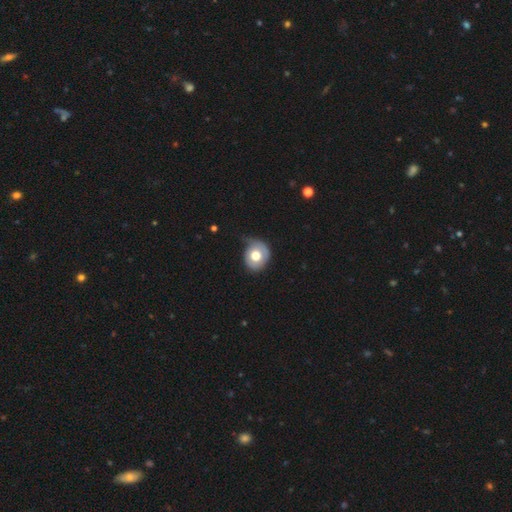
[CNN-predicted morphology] smooth 65%, featured or disk 28%, star or artifact 7%. Down the decision tree: how rounded — round (74%); merging — none (50%).